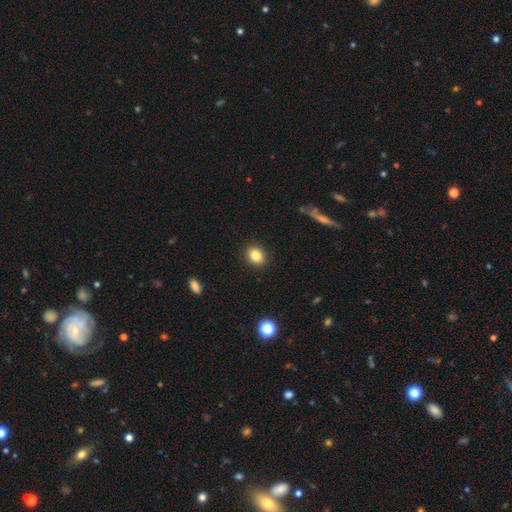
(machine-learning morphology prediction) A smooth galaxy with no disk features (84%) that is round (58%).

Vote fractions:
- Smooth or featured? smooth: 84% / star or artifact: 10% / featured or disk: 6%
- How rounded? round: 58% / in between: 41% / cigar-shaped: 1%
- Merging? none: 90% / minor disturbance: 7% / major disturbance: 2% / merger: 1%